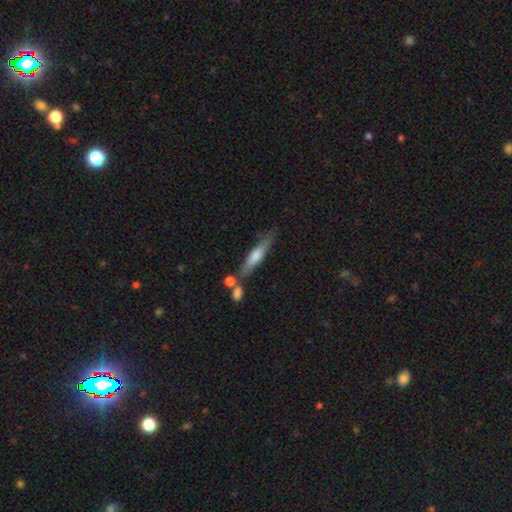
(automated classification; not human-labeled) Overall: featured or disk (50%; smooth 42%). Edge-on disk: yes (88%). Merging: none (71%).